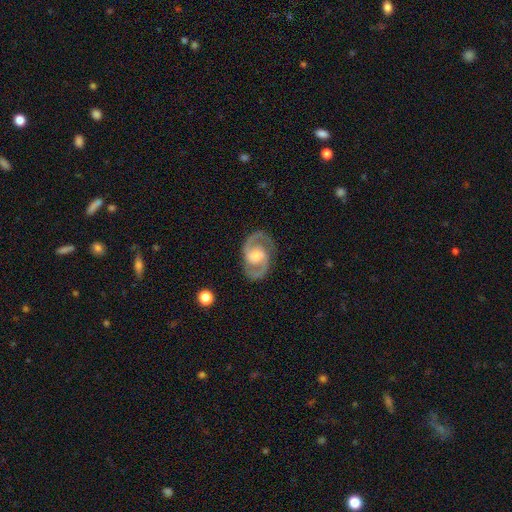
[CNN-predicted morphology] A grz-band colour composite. It shows a featured or disk galaxy (91%) with a weak bar (46%), 2 (94%) medium (62%) spiral arms (98%) and a moderate central bulge (56%). Merging: none (85%).